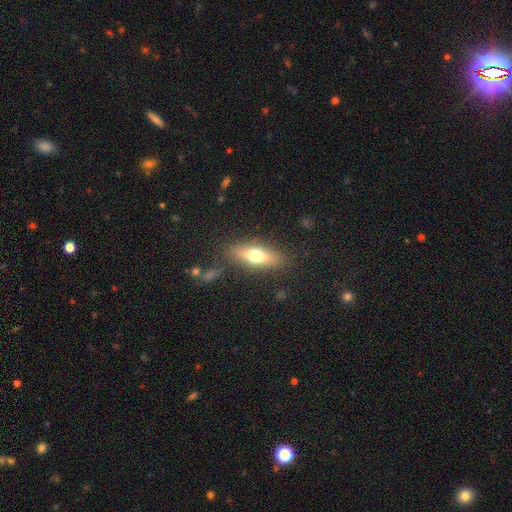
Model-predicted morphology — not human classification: Smooth or featured?
  - smooth: 66% *
  - featured or disk: 26%
  - star or artifact: 8%
How rounded?
  - in between: 63% *
  - cigar-shaped: 33%
  - round: 4%
Merging?
  - none: 82% *
  - minor disturbance: 11%
  - major disturbance: 4%
  - merger: 2%